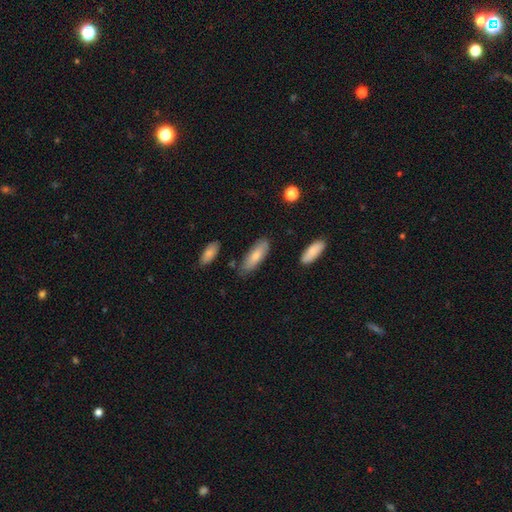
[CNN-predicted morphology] Smooth or featured? smooth (76%)
How rounded? in between (65%)
Merging? none (75%)